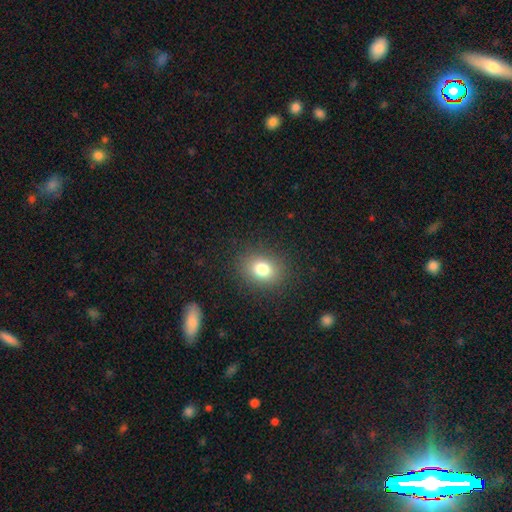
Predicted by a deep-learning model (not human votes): This is likely a smooth galaxy (66%). How rounded: likely round (64%). Merging: clearly none (89%).